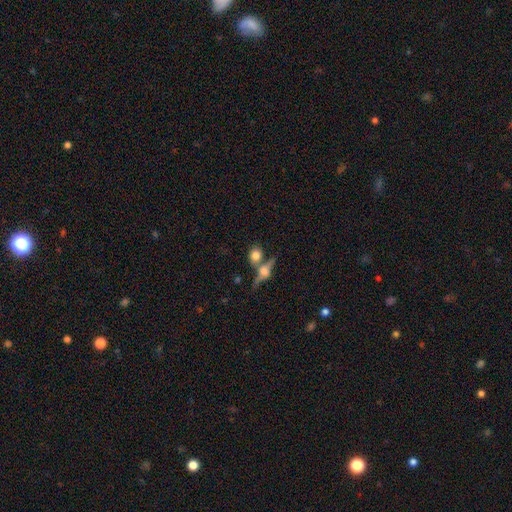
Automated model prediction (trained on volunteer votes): Morphology: type=smooth (63%); roundness=round (65%); merging=none (50%).